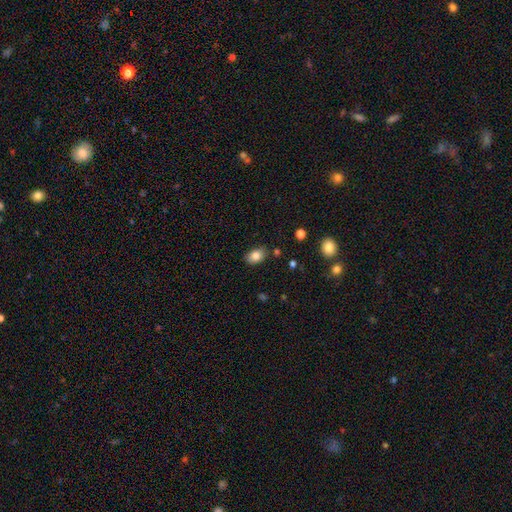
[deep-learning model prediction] Smooth or featured? smooth (83%)
How rounded? in between (84%)
Merging? none (82%)